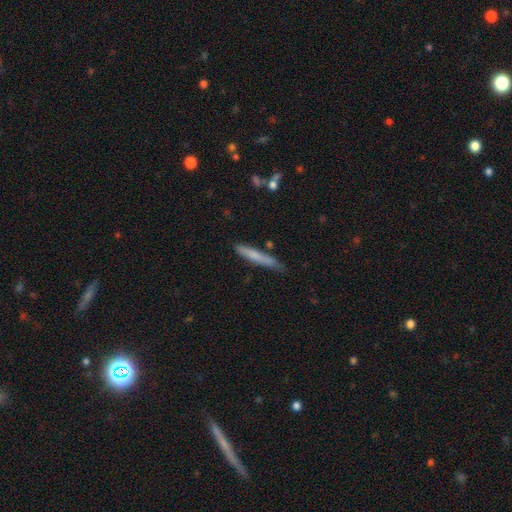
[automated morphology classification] A smooth galaxy with no disk features (67%) that is cigar-shaped (94%). Merging: none (75%).